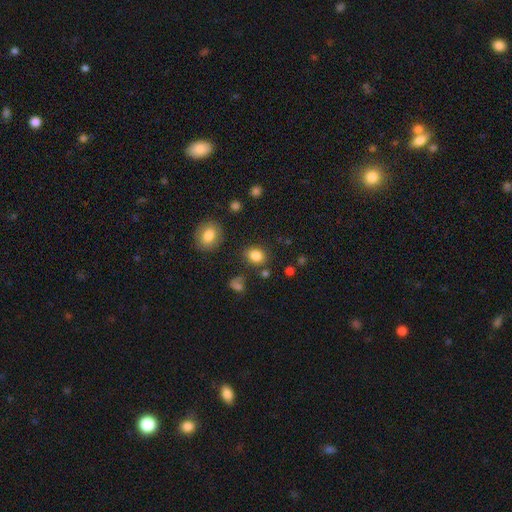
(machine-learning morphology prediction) smooth-or-featured: smooth: 84% | star or artifact: 11% | featured or disk: 5%
  how-rounded: in between: 51% | round: 48% | cigar-shaped: 1%
  merging: none: 81% | minor disturbance: 11% | merger: 4% | major disturbance: 4%